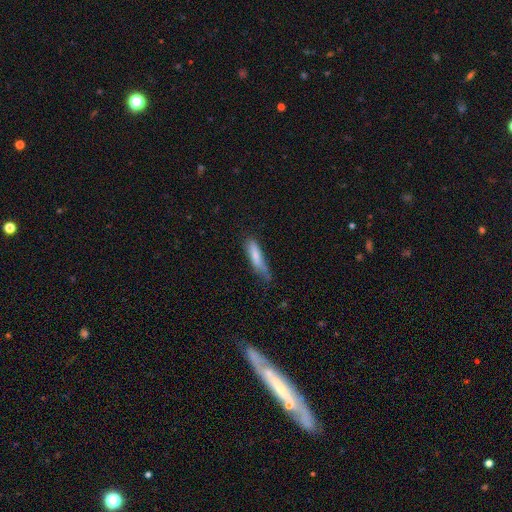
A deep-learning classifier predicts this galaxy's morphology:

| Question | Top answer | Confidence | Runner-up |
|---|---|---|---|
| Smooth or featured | smooth | 79% | featured or disk (15%) |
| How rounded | cigar-shaped | 73% | in between (26%) |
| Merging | none | 45% | minor disturbance (37%) |